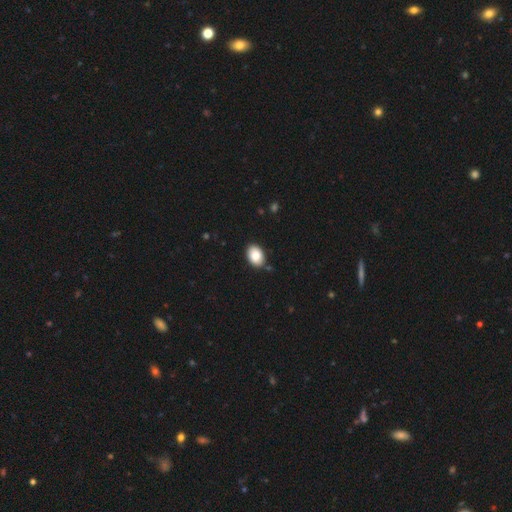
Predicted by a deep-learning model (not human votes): Morphology: type=smooth (84%); roundness=in between (80%); merging=none (84%).